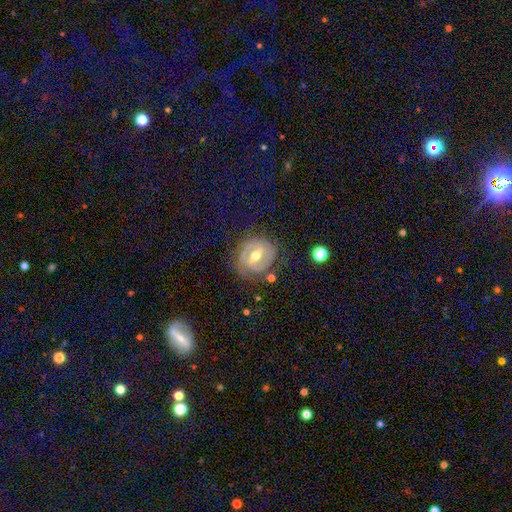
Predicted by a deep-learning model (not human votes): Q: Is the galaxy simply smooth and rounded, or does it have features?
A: featured or disk — 73%.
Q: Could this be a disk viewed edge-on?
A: no — 95%.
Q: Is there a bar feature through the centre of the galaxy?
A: strong — 43%.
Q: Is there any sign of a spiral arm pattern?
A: yes — 69%.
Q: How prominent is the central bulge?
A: moderate — 77%.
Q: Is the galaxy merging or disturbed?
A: none — 70%.